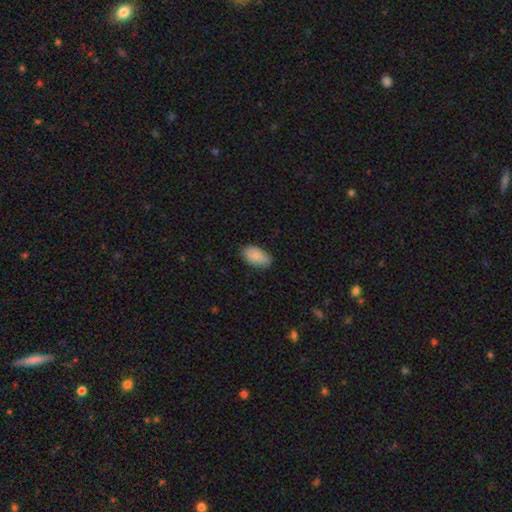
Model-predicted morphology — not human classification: Overall: smooth (87%). How rounded: in between (94%). Merging: none (78%).